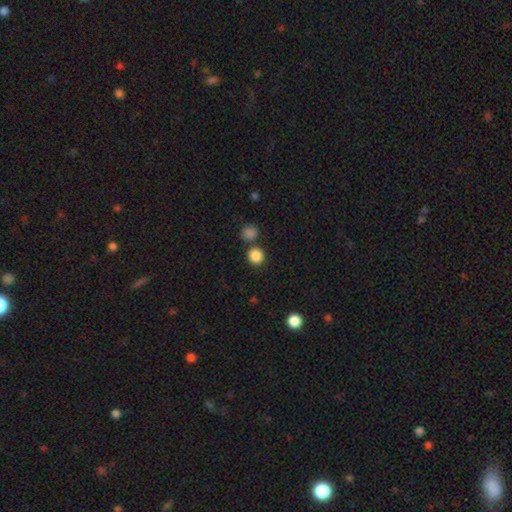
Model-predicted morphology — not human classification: Smooth or featured: smooth — 86% (star or artifact — 11%)
How rounded: round — 88% (in between — 11%)
Merging: none — 75% (merger — 14%)